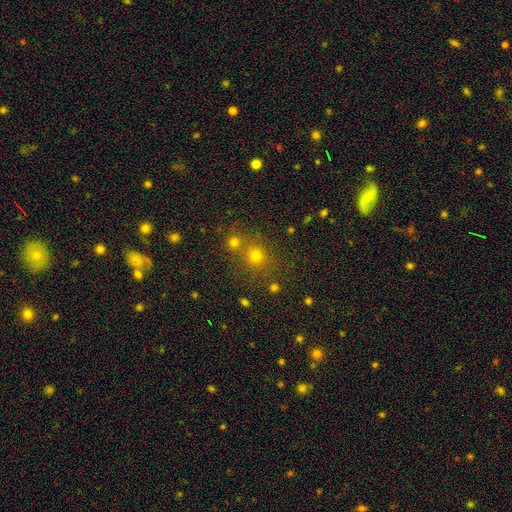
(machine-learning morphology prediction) type=smooth (68%); roundness=round (86%); merging=none (65%).